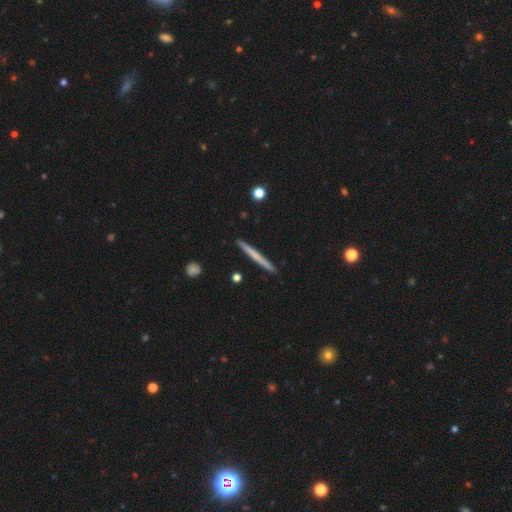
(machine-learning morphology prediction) Smooth or featured? smooth (56%)
How rounded? cigar-shaped (97%)
Merging? none (92%)